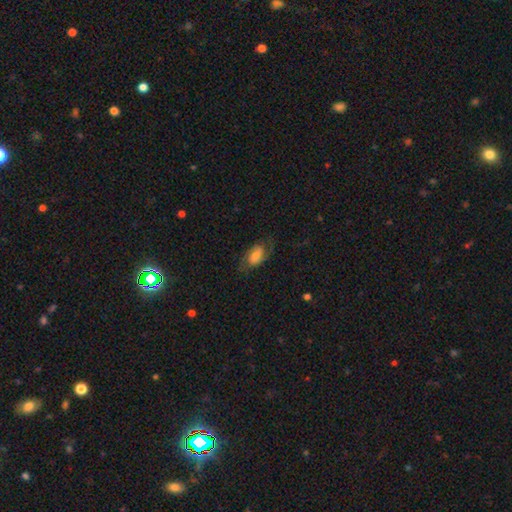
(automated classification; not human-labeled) Morphology: type=smooth (51%); roundness=in between (89%); merging=none (65%).